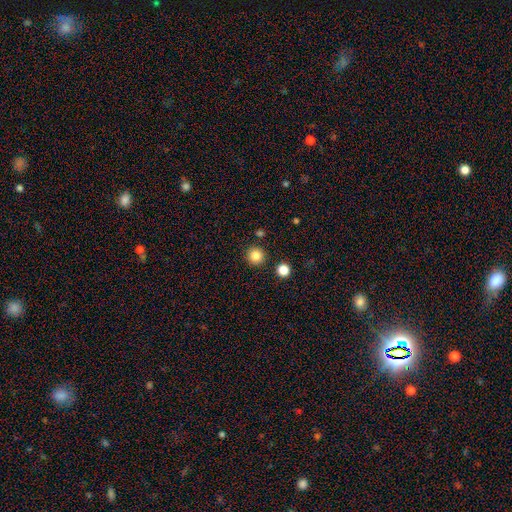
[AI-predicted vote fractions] Smooth or featured?
  - smooth: 85% *
  - star or artifact: 11%
  - featured or disk: 4%
How rounded?
  - round: 95% *
  - in between: 4%
  - cigar-shaped: 1%
Merging?
  - none: 90% *
  - minor disturbance: 5%
  - merger: 3%
  - major disturbance: 2%